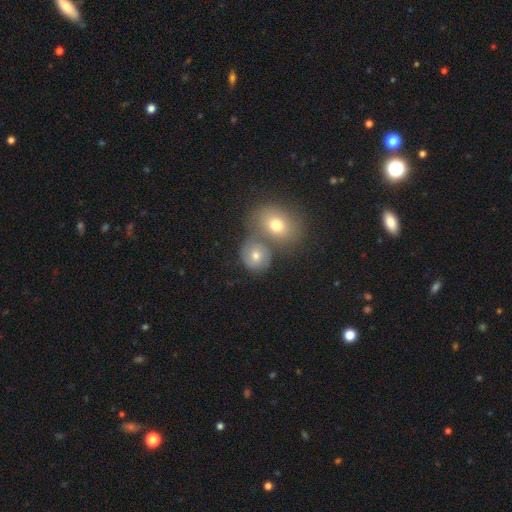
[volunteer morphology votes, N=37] This appears to be a smooth galaxy with no disk features (54%) that is round (75%). Merging: merger (50%).